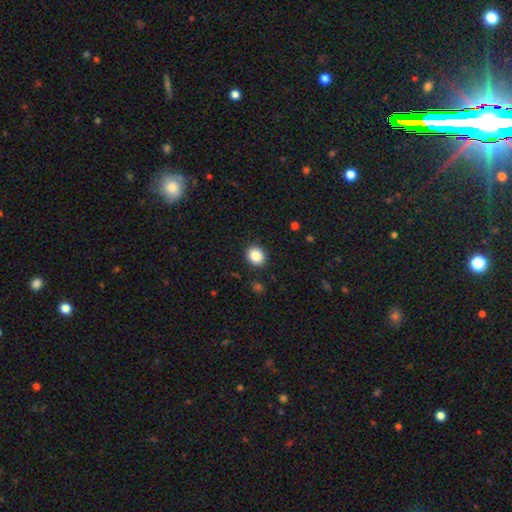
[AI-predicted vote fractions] A smooth galaxy with no disk features (85%) that is round (71%). Merging: none (89%).